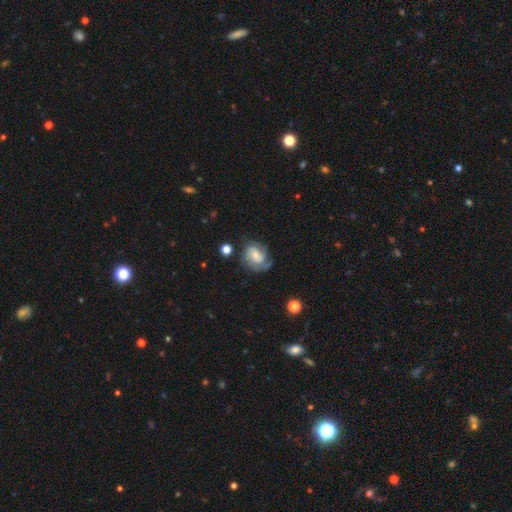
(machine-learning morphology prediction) This appears to be a featured or disk galaxy (66%) with no bar (52%), 2 (40%) tight (45%) spiral arms (90%) and a small central bulge (50%). Merging: none (55%).